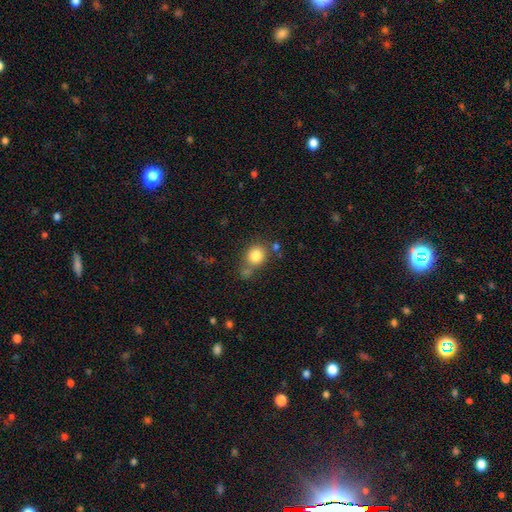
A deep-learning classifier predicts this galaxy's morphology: smooth_or_featured: smooth (p=0.82) [alt: star or artifact p=0.10]
how_rounded: round (p=0.77) [alt: in between p=0.22]
merging: none (p=0.63) [alt: merger p=0.17]